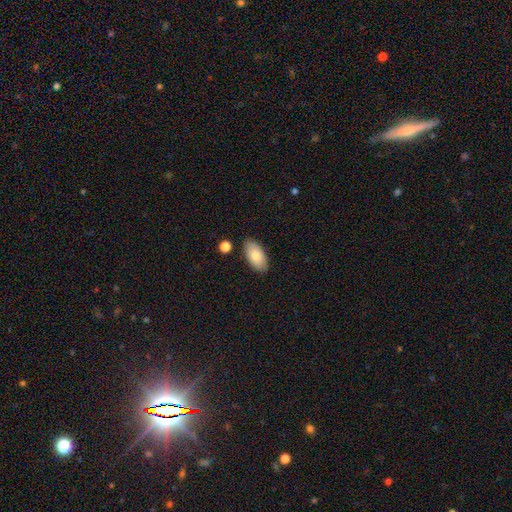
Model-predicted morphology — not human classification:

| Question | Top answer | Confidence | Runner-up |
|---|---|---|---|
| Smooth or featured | smooth | 82% | featured or disk (12%) |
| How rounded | in between | 95% | cigar-shaped (3%) |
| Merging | none | 85% | minor disturbance (11%) |